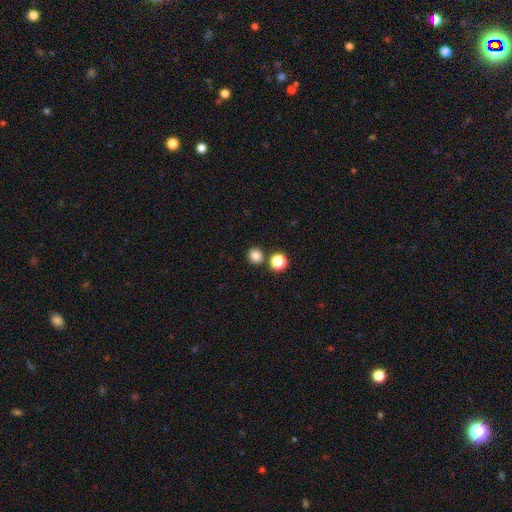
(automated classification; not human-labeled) Morphology: type=smooth (82%); roundness=round (86%); merging=none (80%).